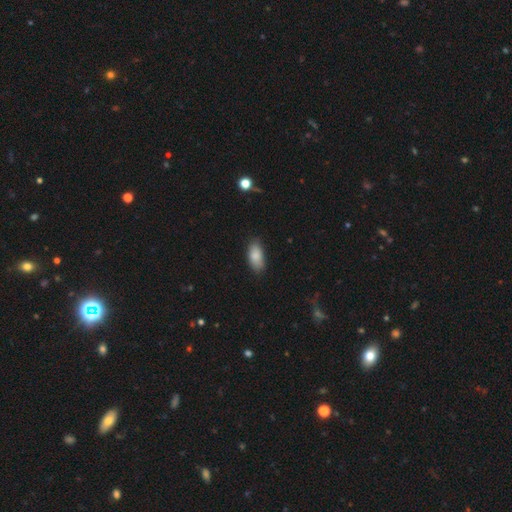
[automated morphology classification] A smooth galaxy with no disk features (85%) that is in between round and cigar-shaped (90%). Merging: none (77%).